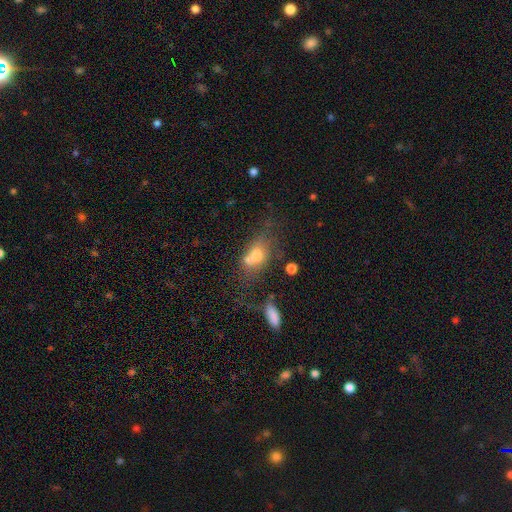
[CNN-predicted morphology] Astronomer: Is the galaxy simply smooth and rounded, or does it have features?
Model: smooth — 64%.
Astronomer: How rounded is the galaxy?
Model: in between — 67%.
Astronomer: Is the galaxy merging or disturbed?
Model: merger — 41% (runner-up: none, 31%).